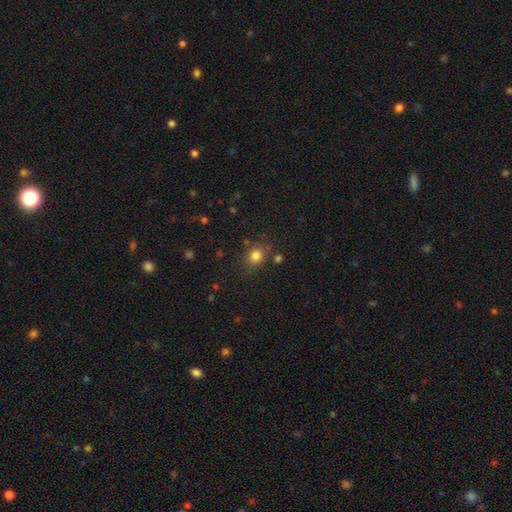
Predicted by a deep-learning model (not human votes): A smooth galaxy with no disk features (81%) that is round (74%). Merging: none (78%).